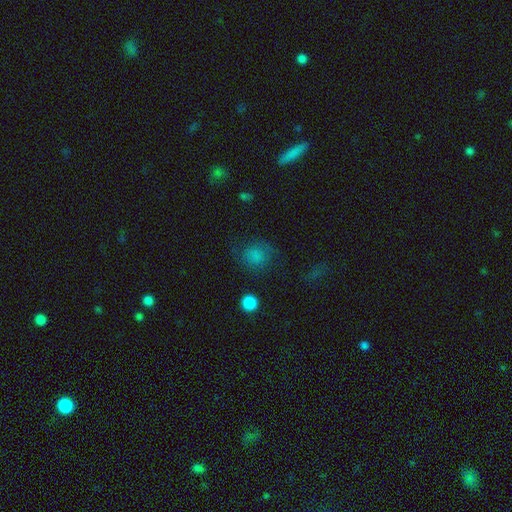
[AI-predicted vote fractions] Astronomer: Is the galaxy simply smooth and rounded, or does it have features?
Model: smooth — 74%.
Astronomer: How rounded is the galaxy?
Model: round — 82%.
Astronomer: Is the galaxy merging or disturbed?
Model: none — 68%.